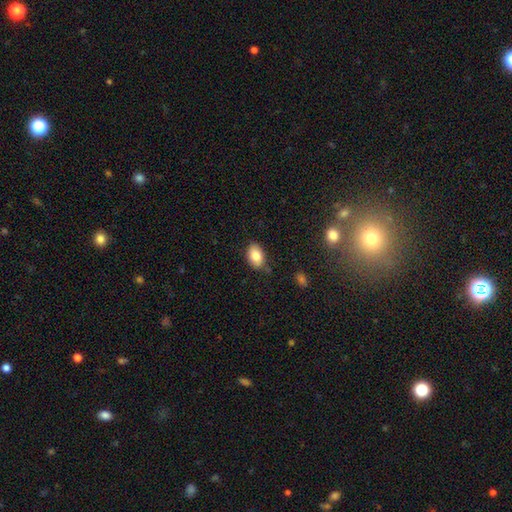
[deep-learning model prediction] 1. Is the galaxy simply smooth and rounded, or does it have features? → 84% smooth, 8% star or artifact, 8% featured or disk.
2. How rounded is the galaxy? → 86% in between, 13% round, 1% cigar-shaped.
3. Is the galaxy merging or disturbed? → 81% none, 14% minor disturbance, 3% major disturbance, 2% merger.